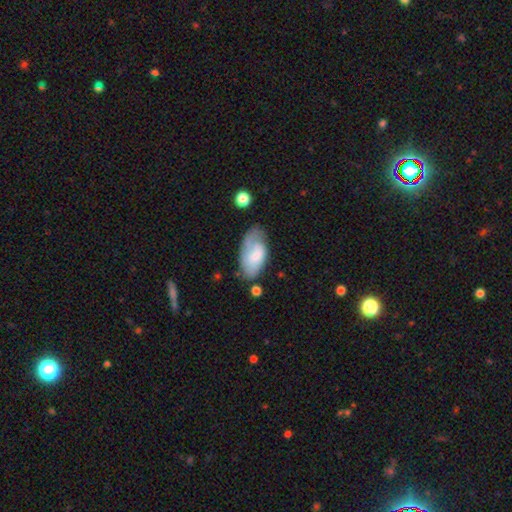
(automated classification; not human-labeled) Morphology: type=smooth (61%); roundness=in between (94%); merging=none (43%).